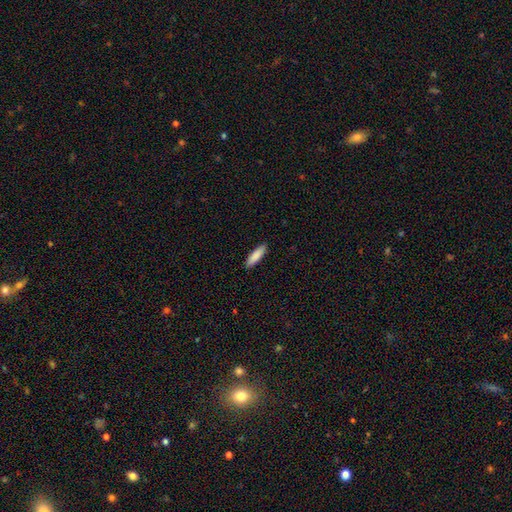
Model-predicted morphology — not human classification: smooth-or-featured: smooth: 87% | featured or disk: 8% | star or artifact: 5%
  how-rounded: cigar-shaped: 66% | in between: 33% | round: 1%
  merging: none: 90% | minor disturbance: 7% | major disturbance: 2% | merger: 1%